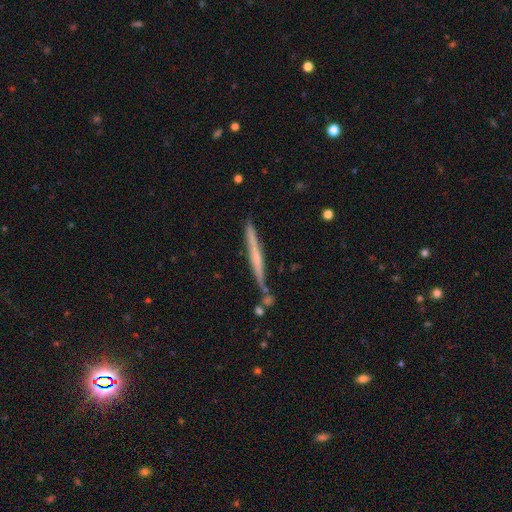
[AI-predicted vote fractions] A featured or disk galaxy (55%) viewed edge-on (96%) with no central bulge (72%).

Vote fractions:
- Smooth or featured? featured or disk: 55% / smooth: 39% / star or artifact: 7%
- Edge-on disk? yes: 96% / no: 4%
- Edge-on bulge? none: 72% / rounded: 21% / boxy: 7%
- Merging? none: 79% / minor disturbance: 12% / merger: 6% / major disturbance: 3%